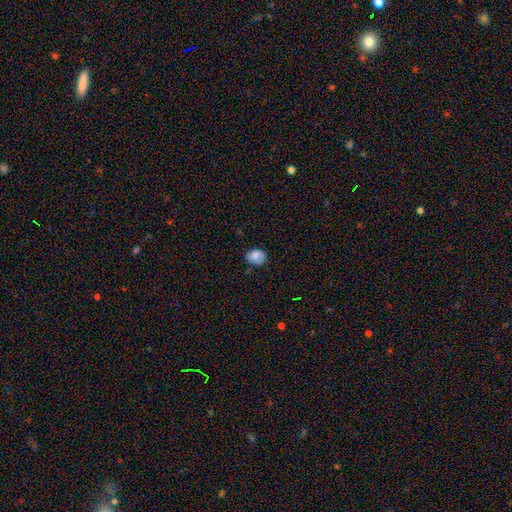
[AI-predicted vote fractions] Smooth or featured: smooth — 80% (featured or disk — 11%)
How rounded: in between — 50% (round — 49%)
Merging: none — 72% (minor disturbance — 22%)